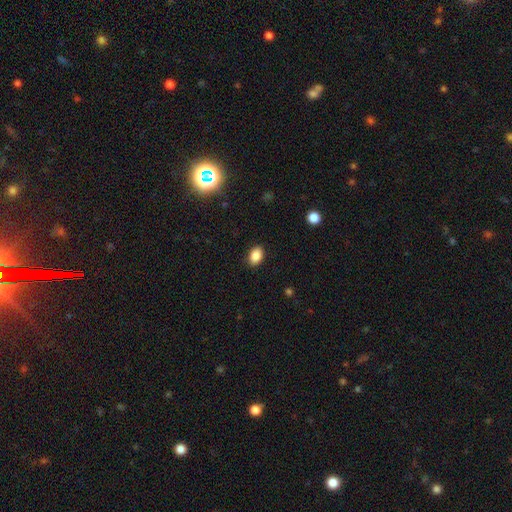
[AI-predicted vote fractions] Smooth or featured? Predicted: smooth (p=0.87). How rounded? Predicted: in between (p=0.84). Merging? Predicted: none (p=0.88).